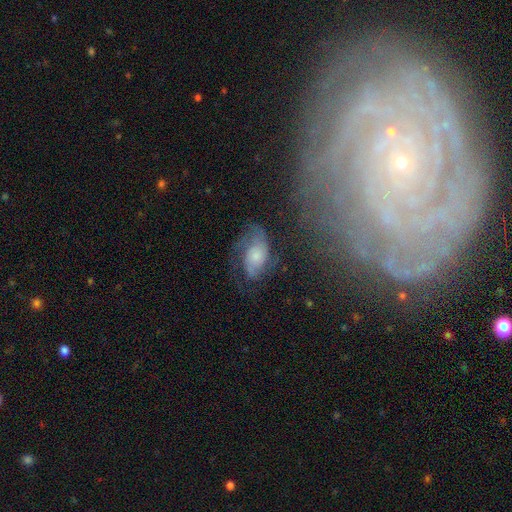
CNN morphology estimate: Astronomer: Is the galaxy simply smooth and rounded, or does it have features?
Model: featured or disk — 68%.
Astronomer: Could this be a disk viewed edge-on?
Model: no — 96%.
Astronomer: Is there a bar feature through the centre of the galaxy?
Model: no — 73%.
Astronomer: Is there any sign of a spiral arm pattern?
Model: yes — 91%.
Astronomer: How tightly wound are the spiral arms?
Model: medium — 43% (runner-up: tight, 34%).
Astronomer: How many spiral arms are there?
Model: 2 — 51%.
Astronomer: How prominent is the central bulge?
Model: small — 41% (runner-up: moderate, 36%).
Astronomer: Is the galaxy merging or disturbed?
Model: none — 52%.